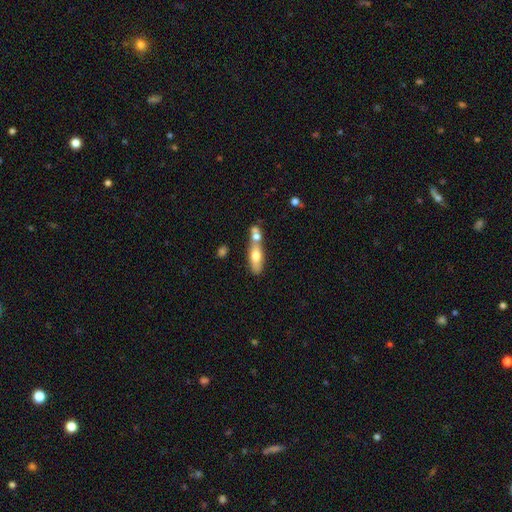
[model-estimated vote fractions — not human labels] This is likely a smooth galaxy (63%). How rounded: possibly cigar-shaped (48%). Merging: marginally none (43%).